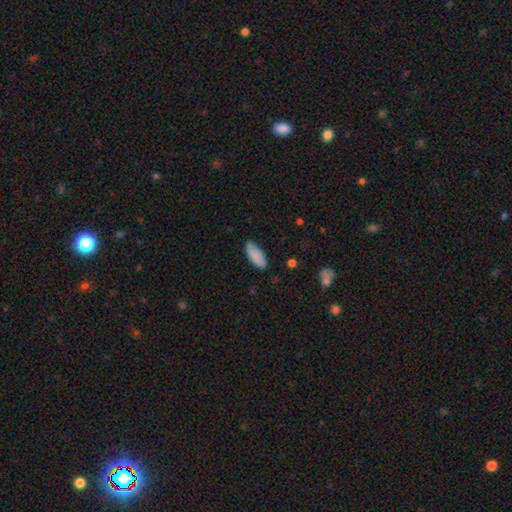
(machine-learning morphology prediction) Overall: smooth (87%). How rounded: in between (83%). Merging: none (73%).